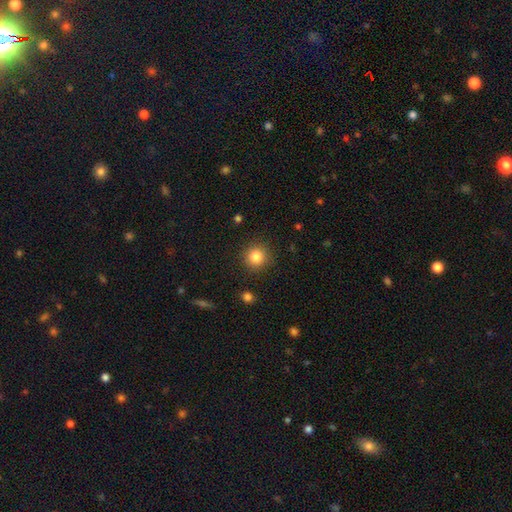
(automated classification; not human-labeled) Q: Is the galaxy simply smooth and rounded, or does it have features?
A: smooth — 84%.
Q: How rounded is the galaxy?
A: round — 94%.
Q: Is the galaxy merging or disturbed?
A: none — 90%.